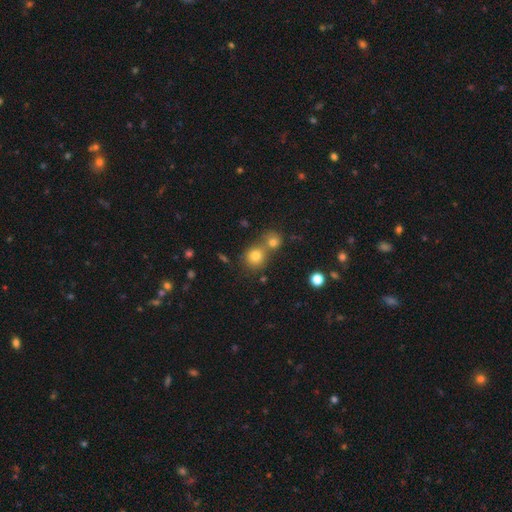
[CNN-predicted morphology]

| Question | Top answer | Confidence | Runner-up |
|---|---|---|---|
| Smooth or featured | smooth | 77% | star or artifact (14%) |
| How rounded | round | 85% | in between (14%) |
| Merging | none | 49% | merger (42%) |